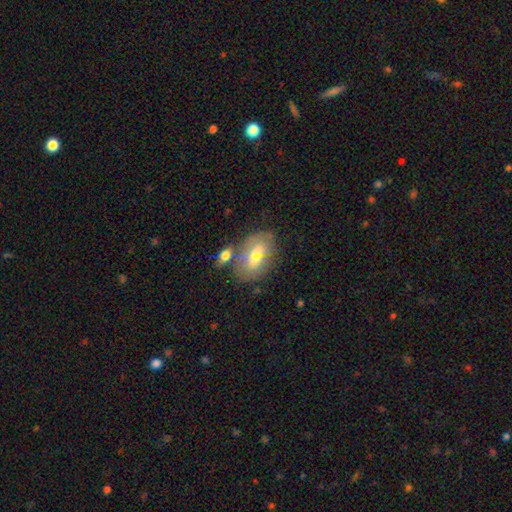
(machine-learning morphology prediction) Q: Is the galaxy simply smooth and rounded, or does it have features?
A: smooth — 61%.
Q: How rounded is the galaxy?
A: in between — 89%.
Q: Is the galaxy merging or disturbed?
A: none — 51%.